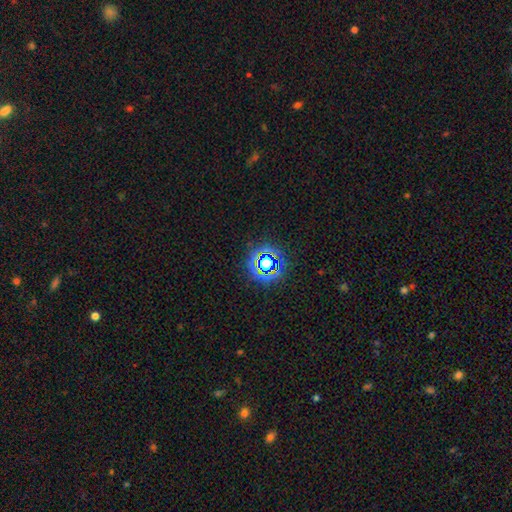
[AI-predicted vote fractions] Q: Smooth or featured?
A: star or artifact (74%); runner-up: smooth (19%)